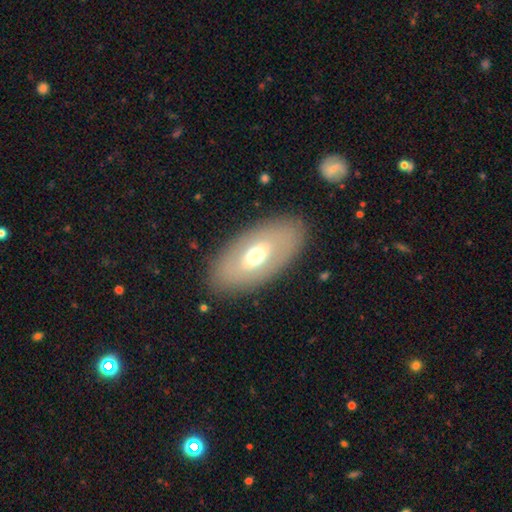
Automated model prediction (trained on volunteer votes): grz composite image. It shows a smooth galaxy with no disk features (52%) that is in between round and cigar-shaped (91%). Merging: none (85%).